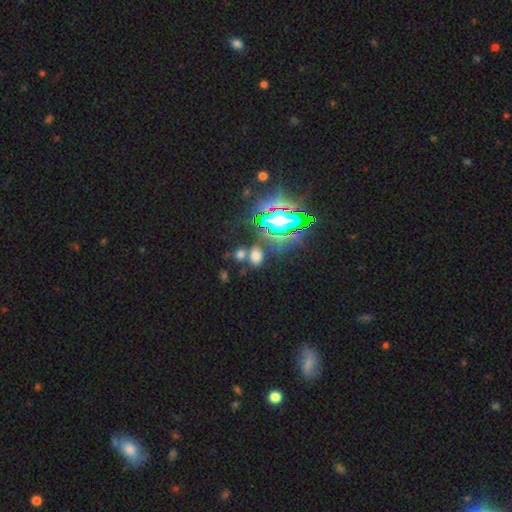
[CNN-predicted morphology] Smooth or featured? smooth (56%)
How rounded? in between (57%)
Merging? none (64%)